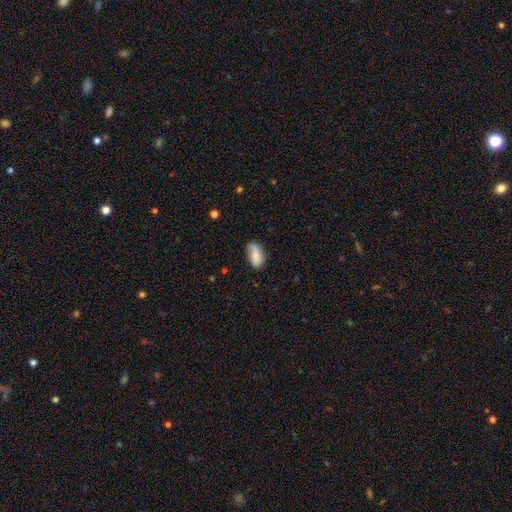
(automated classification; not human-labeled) Smooth or featured?
  - smooth: 71% *
  - featured or disk: 21%
  - star or artifact: 8%
How rounded?
  - in between: 91% *
  - cigar-shaped: 5%
  - round: 4%
Merging?
  - none: 53% *
  - minor disturbance: 29%
  - major disturbance: 12%
  - merger: 5%